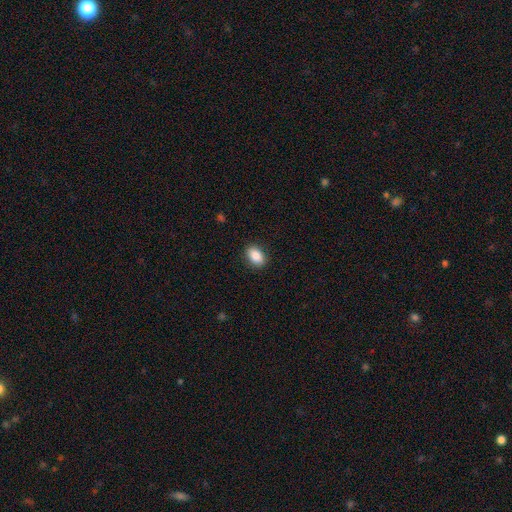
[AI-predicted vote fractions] smooth_or_featured: smooth (p=0.86) [alt: star or artifact p=0.08]
how_rounded: in between (p=0.84) [alt: round p=0.14]
merging: none (p=0.89) [alt: minor disturbance p=0.08]